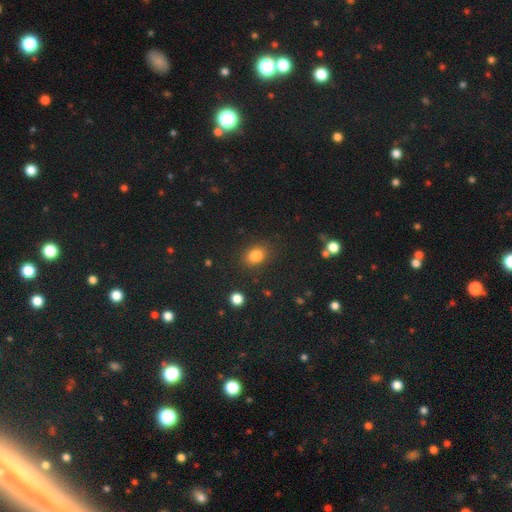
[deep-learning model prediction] Morphology: type=smooth (82%); roundness=in between (60%); merging=none (84%).